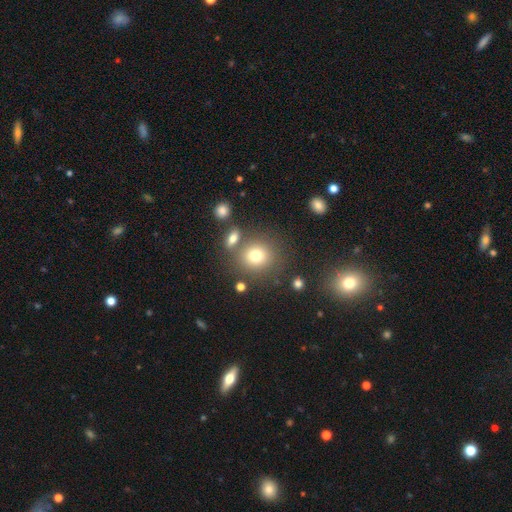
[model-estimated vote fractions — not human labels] Smooth or featured? Predicted: smooth (p=0.74). How rounded? Predicted: round (p=0.83). Merging? Predicted: none (p=0.73).